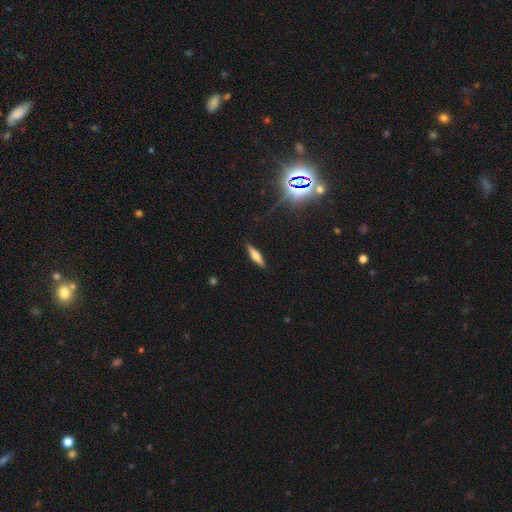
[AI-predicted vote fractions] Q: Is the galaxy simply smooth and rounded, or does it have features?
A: featured or disk — 48%.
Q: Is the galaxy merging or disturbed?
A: none — 89%.